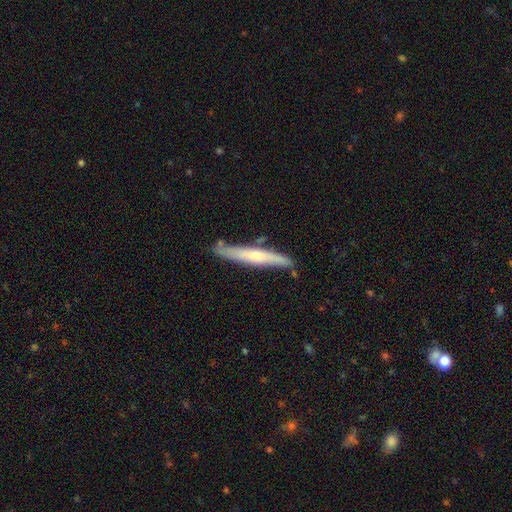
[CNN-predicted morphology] smooth-or-featured: featured or disk: 49% | smooth: 46% | star or artifact: 6%
  merging: none: 78% | minor disturbance: 15% | merger: 4% | major disturbance: 3%